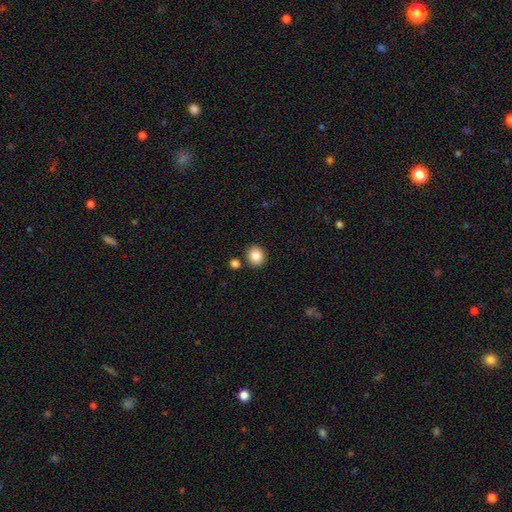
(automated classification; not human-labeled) Morphology: type=smooth (86%); roundness=round (81%); merging=none (85%).